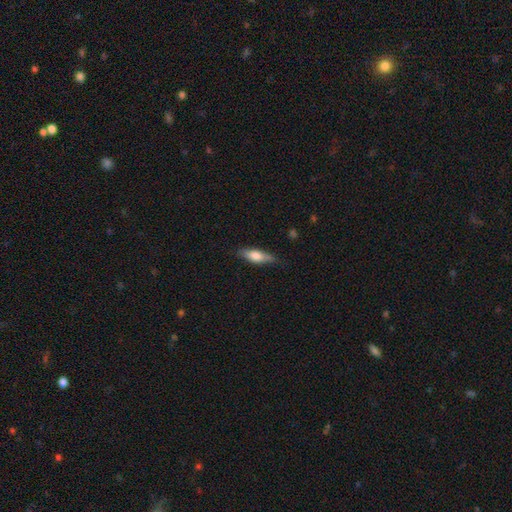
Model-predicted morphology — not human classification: Smooth or featured: smooth — 68% (featured or disk — 26%)
How rounded: in between — 51% (cigar-shaped — 46%)
Merging: none — 78% (minor disturbance — 18%)